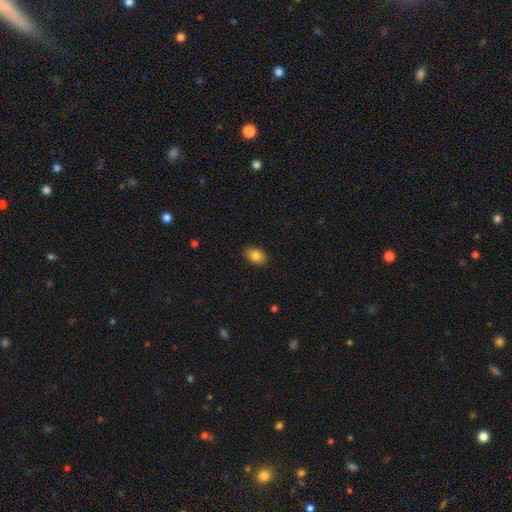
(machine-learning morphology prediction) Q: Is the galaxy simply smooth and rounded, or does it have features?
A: smooth — 83%.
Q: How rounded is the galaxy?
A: in between — 83%.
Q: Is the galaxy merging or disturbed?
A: none — 88%.